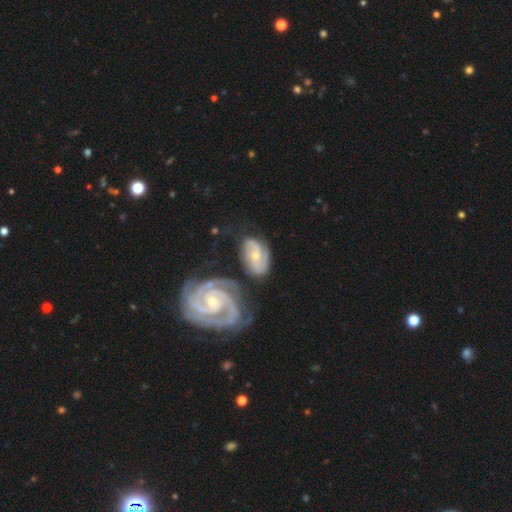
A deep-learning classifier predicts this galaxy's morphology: Smooth or featured?
  - featured or disk: 80% *
  - smooth: 15%
  - star or artifact: 5%
Edge-on disk?
  - no: 96% *
  - yes: 4%
Bar?
  - no: 51% *
  - weak: 37%
  - strong: 12%
Spiral arms?
  - yes: 95% *
  - no: 5%
Spiral winding?
  - medium: 44% *
  - tight: 40%
  - loose: 15%
Spiral arm count?
  - 2: 72% *
  - 3: 10%
  - can't tell: 10%
  - 1: 3%
  - 4: 2%
  - more than 4: 2%
Bulge size?
  - small: 55% *
  - moderate: 41%
  - large: 2%
  - none: 1%
  - dominant: 1%
Merging?
  - none: 51% *
  - minor disturbance: 22%
  - merger: 17%
  - major disturbance: 9%